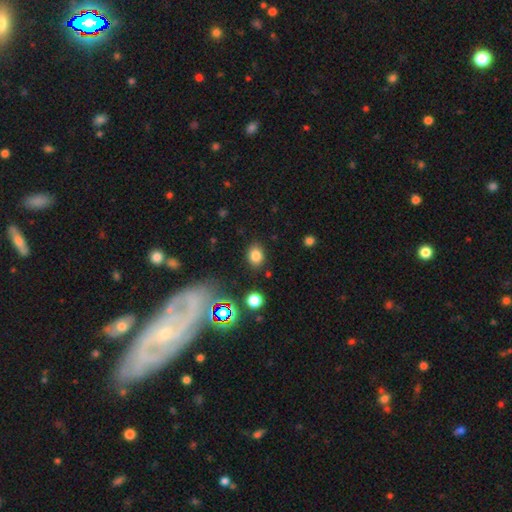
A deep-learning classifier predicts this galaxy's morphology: smooth-or-featured: smooth: 80% | star or artifact: 14% | featured or disk: 6%
  how-rounded: round: 52% | in between: 47% | cigar-shaped: 1%
  merging: none: 84% | minor disturbance: 10% | major disturbance: 3% | merger: 2%